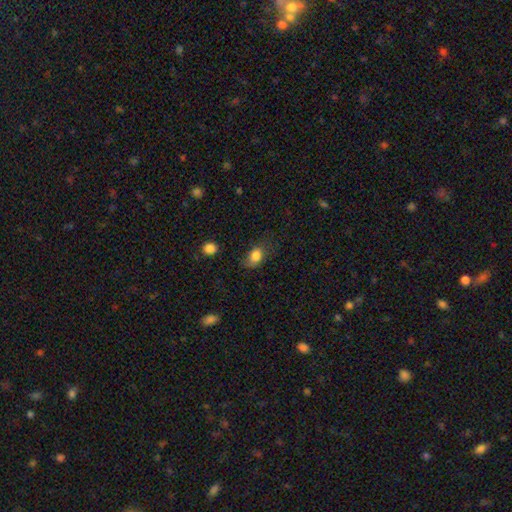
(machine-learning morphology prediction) smooth-or-featured: smooth: 84% | star or artifact: 9% | featured or disk: 7%
  how-rounded: in between: 79% | round: 19% | cigar-shaped: 2%
  merging: none: 61% | minor disturbance: 27% | major disturbance: 10% | merger: 2%